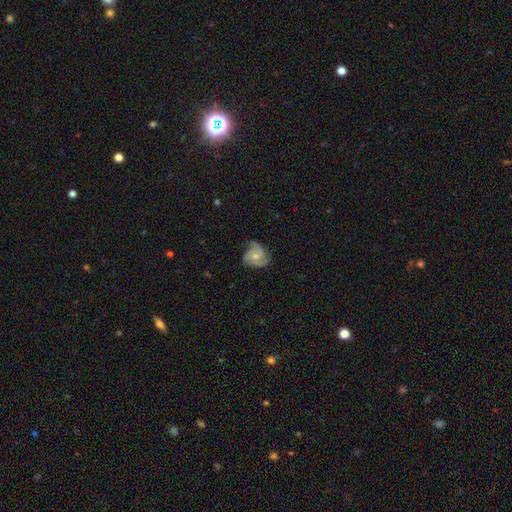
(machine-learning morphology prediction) Q: Smooth or featured?
A: featured or disk (79%); runner-up: smooth (15%)
Q: Edge-on disk?
A: no (98%); runner-up: yes (2%)
Q: Bar?
A: no (75%); runner-up: weak (21%)
Q: Spiral arms?
A: yes (96%); runner-up: no (4%)
Q: Spiral winding?
A: medium (43%); tied with: tight (43%)
Q: Spiral arm count?
A: 3 (47%); runner-up: 2 (34%)
Q: Bulge size?
A: moderate (53%); runner-up: small (43%)
Q: Merging?
A: none (59%); runner-up: minor disturbance (27%)